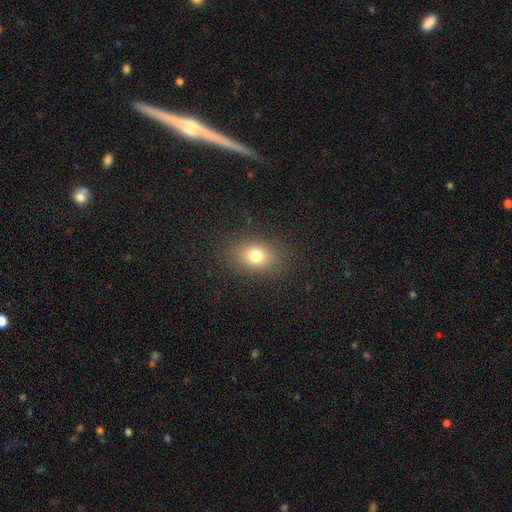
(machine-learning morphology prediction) Q: Smooth or featured?
A: smooth (77%); runner-up: star or artifact (13%)
Q: How rounded?
A: in between (66%); runner-up: round (32%)
Q: Merging?
A: none (85%); runner-up: minor disturbance (9%)